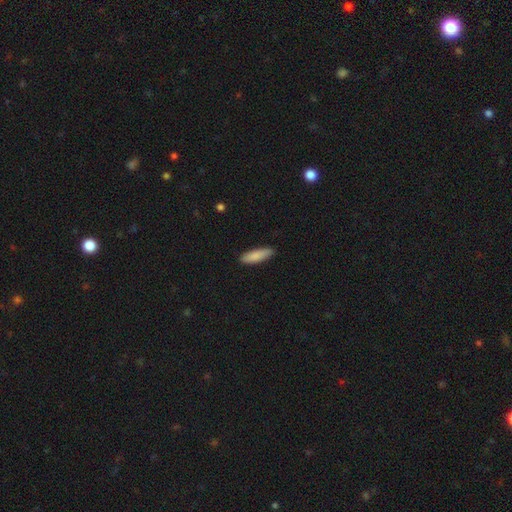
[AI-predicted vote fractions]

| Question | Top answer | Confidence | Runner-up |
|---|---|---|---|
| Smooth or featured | smooth | 87% | featured or disk (7%) |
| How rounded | cigar-shaped | 56% | in between (42%) |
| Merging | none | 87% | minor disturbance (10%) |